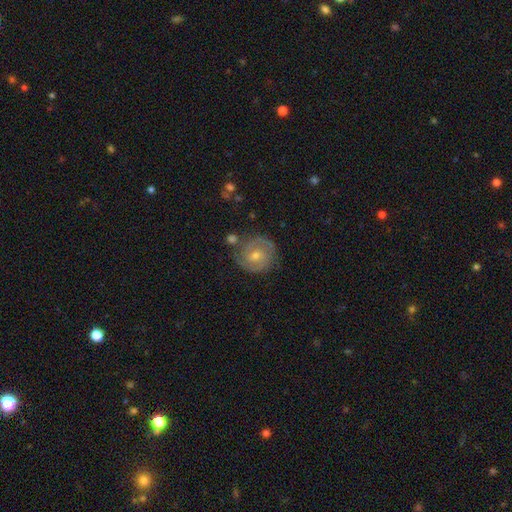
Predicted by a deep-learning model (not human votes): The model was most divided on "bulge size": moderate: 52%, small: 44%, large: 2%, none: 1%, dominant: 1%. More confident: edge-on disk — no (98%); spiral arms — yes (93%); merging — none (77%); smooth or featured — featured or disk (77%); spiral arm count — 2 (74%); spiral winding — tight (62%); bar — no (60%).